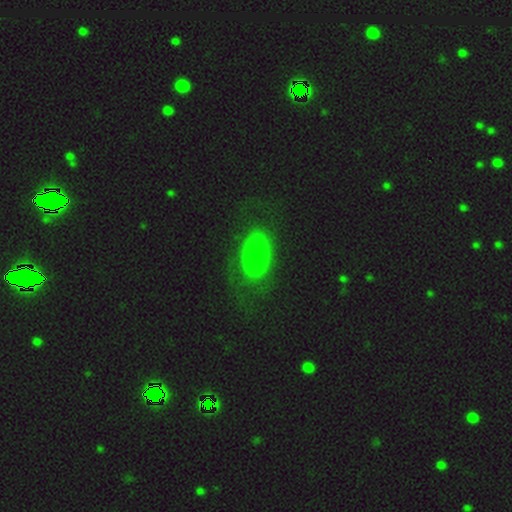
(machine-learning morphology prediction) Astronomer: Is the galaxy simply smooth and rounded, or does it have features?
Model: smooth — 66%.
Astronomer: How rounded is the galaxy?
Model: in between — 92%.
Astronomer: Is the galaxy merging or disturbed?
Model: none — 66%.